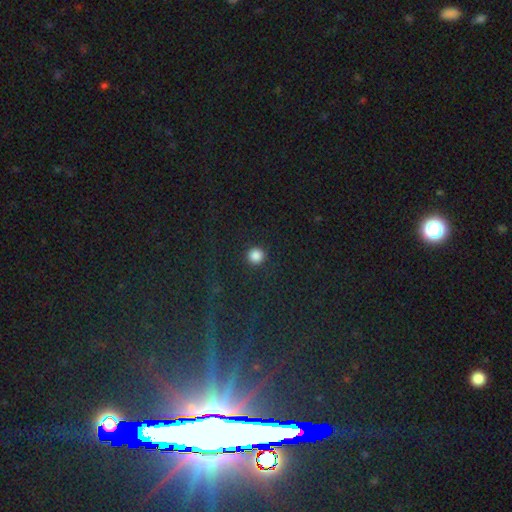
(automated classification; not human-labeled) Morphology: type=smooth (85%); roundness=round (94%); merging=none (92%).